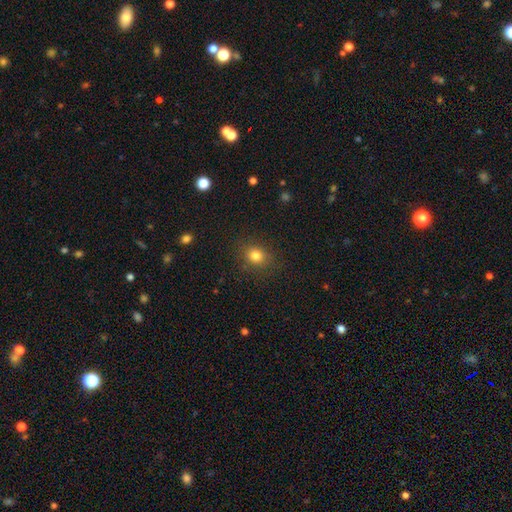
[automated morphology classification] Overall: smooth (81%). How rounded: round (71%). Merging: none (86%).